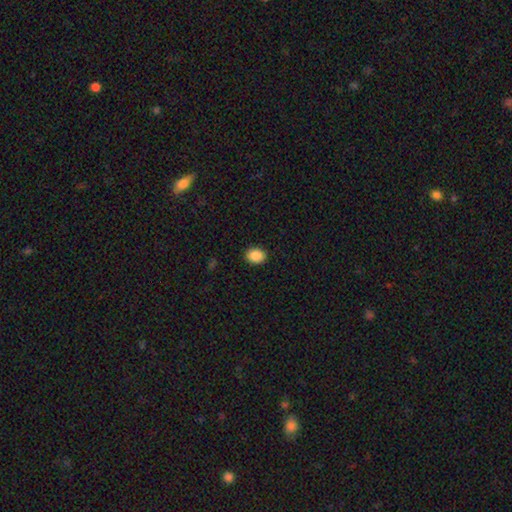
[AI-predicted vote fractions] smooth_or_featured: smooth (p=0.88) [alt: star or artifact p=0.08]
how_rounded: in between (p=0.57) [alt: round p=0.42]
merging: none (p=0.90) [alt: minor disturbance p=0.07]